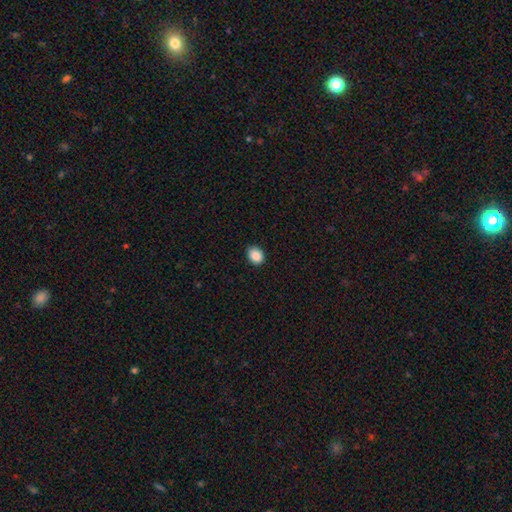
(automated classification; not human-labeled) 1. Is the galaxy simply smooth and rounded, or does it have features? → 89% smooth, 9% star or artifact, 2% featured or disk.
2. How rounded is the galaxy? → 54% round, 45% in between, 1% cigar-shaped.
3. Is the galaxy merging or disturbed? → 88% none, 9% minor disturbance, 2% major disturbance, 1% merger.